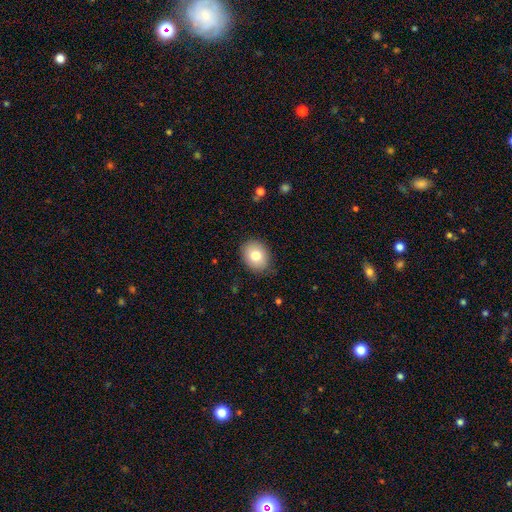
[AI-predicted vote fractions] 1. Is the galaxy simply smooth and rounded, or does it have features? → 80% smooth, 12% featured or disk, 8% star or artifact.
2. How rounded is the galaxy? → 56% in between, 43% round, 1% cigar-shaped.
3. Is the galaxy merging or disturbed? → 85% none, 12% minor disturbance, 2% major disturbance, 1% merger.